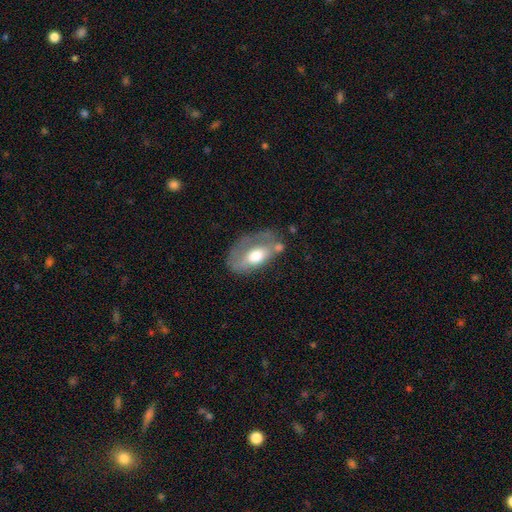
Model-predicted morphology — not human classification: smooth 52%, featured or disk 41%, star or artifact 7%. Down the decision tree: how rounded — in between (90%); merging — none (40%).